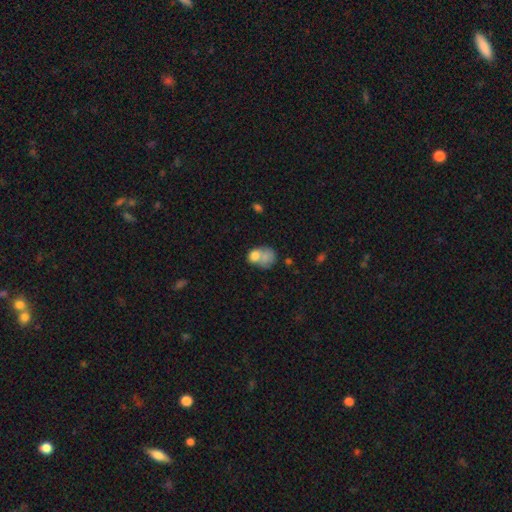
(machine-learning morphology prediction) Smooth or featured: smooth — 70% (featured or disk — 20%)
How rounded: in between — 58% (round — 41%)
Merging: merger — 50% (none — 24%)